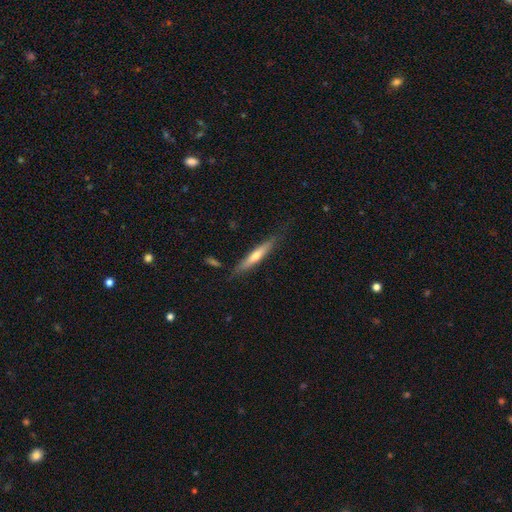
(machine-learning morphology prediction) featured or disk 50%, smooth 45%, star or artifact 6%. Down the decision tree: merging — none (76%).